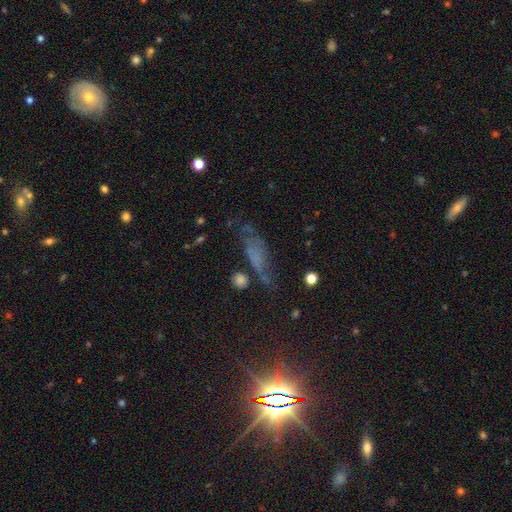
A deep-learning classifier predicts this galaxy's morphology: Q: Smooth or featured?
A: smooth (49%); runner-up: featured or disk (26%)
Q: Merging?
A: none (42%); runner-up: major disturbance (25%)